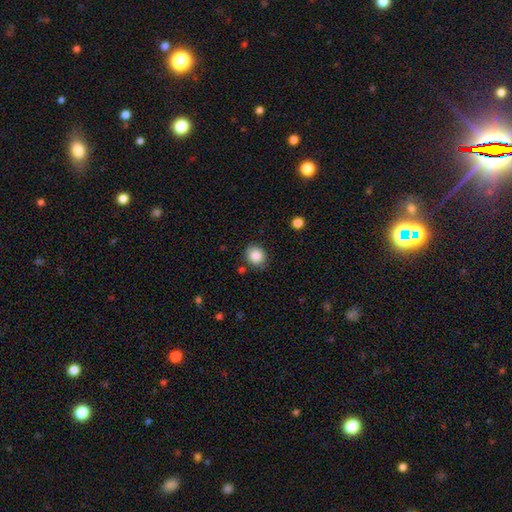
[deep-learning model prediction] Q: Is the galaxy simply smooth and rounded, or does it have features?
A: smooth — 87%.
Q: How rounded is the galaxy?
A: round — 73%.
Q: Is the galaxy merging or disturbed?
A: none — 83%.